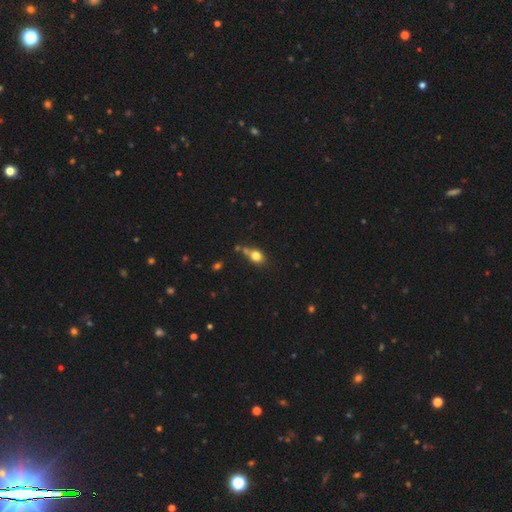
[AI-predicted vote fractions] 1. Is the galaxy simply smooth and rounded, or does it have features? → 79% smooth, 11% star or artifact, 10% featured or disk.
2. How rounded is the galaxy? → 57% in between, 40% round, 3% cigar-shaped.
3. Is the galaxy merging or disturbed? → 50% none, 23% minor disturbance, 19% merger, 9% major disturbance.